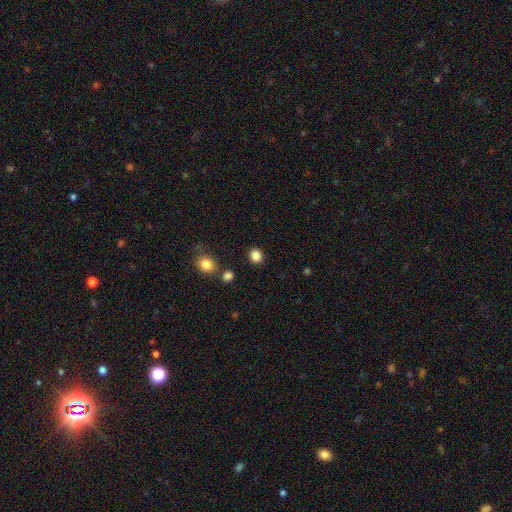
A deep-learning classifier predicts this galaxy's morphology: Overall: smooth (86%). How rounded: round (73%). Merging: none (86%).